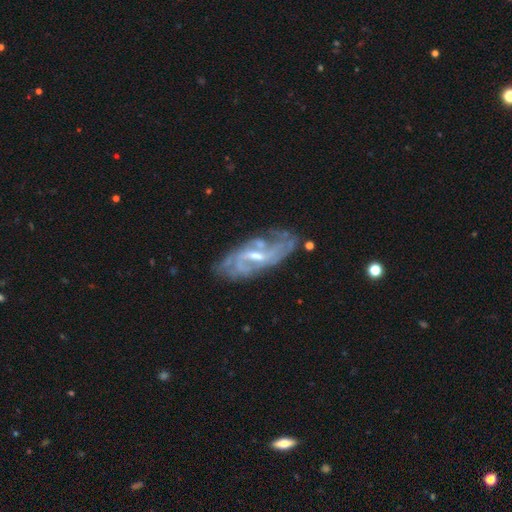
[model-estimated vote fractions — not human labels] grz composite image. It shows a featured or disk galaxy (85%) with a weak bar (52%), 2 (48%) medium (43%) spiral arms (90%) and a moderate central bulge (47%). Merging: none (62%).